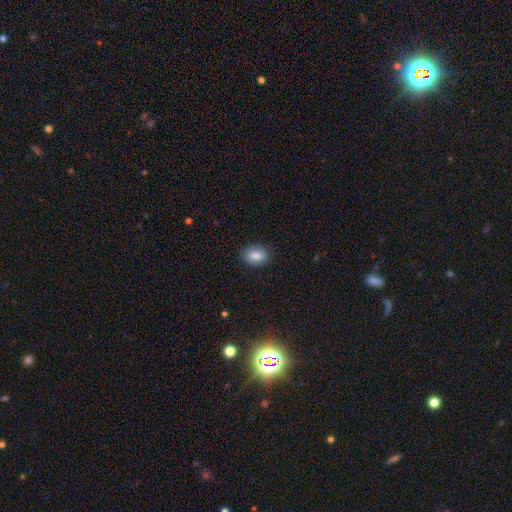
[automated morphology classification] smooth 85%, star or artifact 8%, featured or disk 7%. Down the decision tree: how rounded — in between (78%); merging — none (84%).